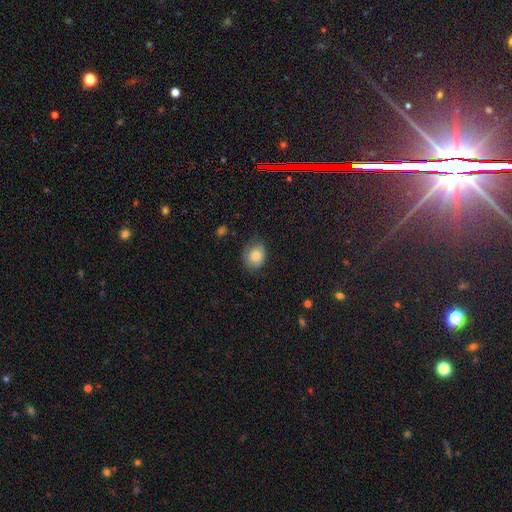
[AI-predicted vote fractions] A smooth galaxy with no disk features (79%) that is round (54%).

Vote fractions:
- Smooth or featured? smooth: 79% / featured or disk: 12% / star or artifact: 9%
- How rounded? round: 54% / in between: 46% / cigar-shaped: 1%
- Merging? none: 68% / minor disturbance: 25% / major disturbance: 5% / merger: 1%